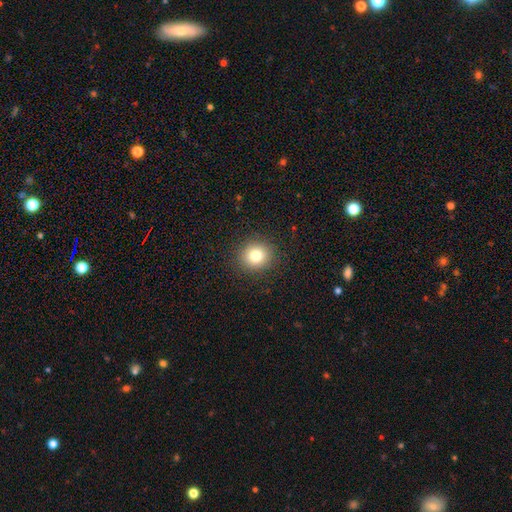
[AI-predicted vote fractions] This appears to be a smooth galaxy with no disk features (81%) that is round (84%). Merging: none (90%).